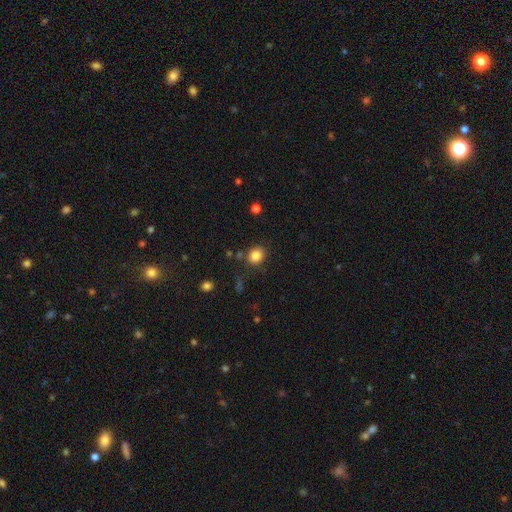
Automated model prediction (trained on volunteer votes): Smooth or featured?
  - smooth: 84% *
  - star or artifact: 11%
  - featured or disk: 5%
How rounded?
  - round: 65% *
  - in between: 34%
  - cigar-shaped: 1%
Merging?
  - none: 82% *
  - minor disturbance: 11%
  - merger: 4%
  - major disturbance: 3%